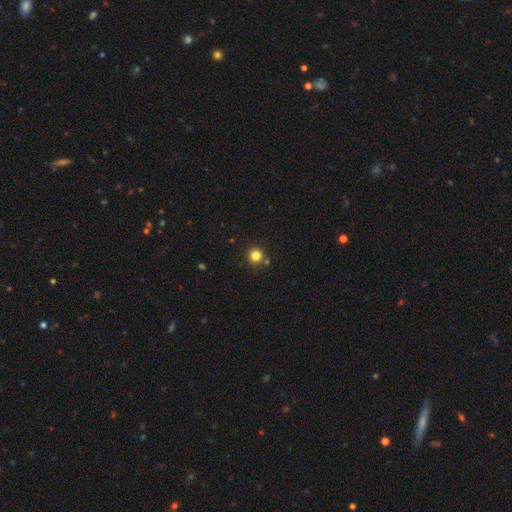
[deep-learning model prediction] Smooth or featured? Predicted: smooth (p=0.82). How rounded? Predicted: round (p=0.95). Merging? Predicted: none (p=0.85).